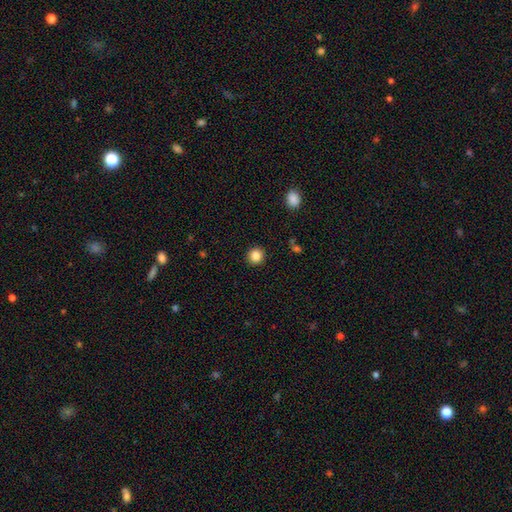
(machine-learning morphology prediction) This is clearly a smooth galaxy (85%). How rounded: clearly round (92%). Merging: clearly none (92%).